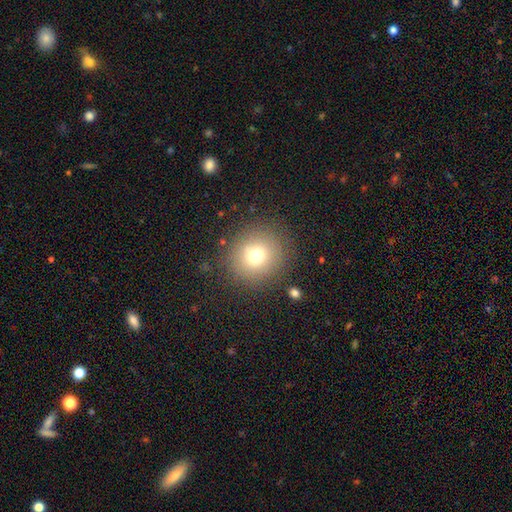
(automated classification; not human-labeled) smooth-or-featured: smooth: 73% | star or artifact: 15% | featured or disk: 12%
  how-rounded: round: 89% | in between: 10% | cigar-shaped: 1%
  merging: none: 85% | minor disturbance: 9% | major disturbance: 4% | merger: 2%